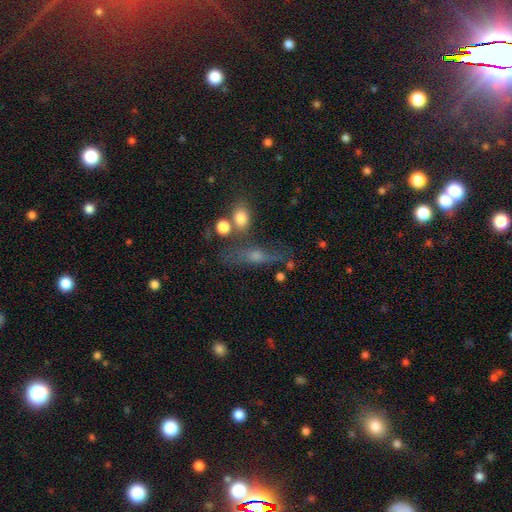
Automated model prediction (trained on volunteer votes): Smooth or featured? smooth (39%)
Merging? none (56%)